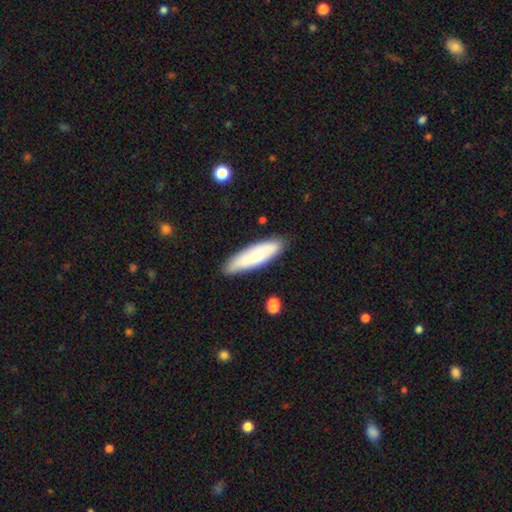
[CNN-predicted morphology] smooth 68%, featured or disk 27%, star or artifact 6%. Down the decision tree: how rounded — cigar-shaped (64%); merging — none (83%).